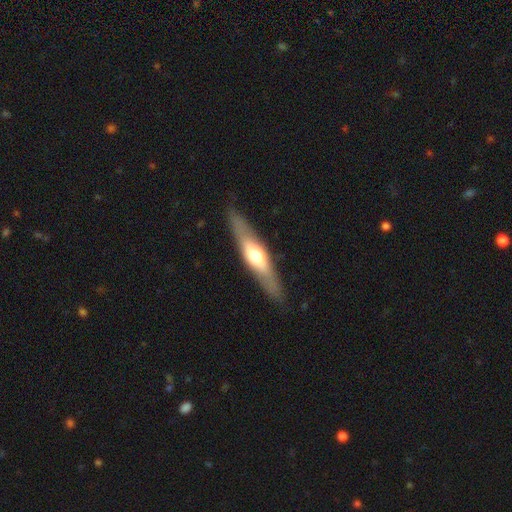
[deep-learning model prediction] Smooth or featured: featured or disk — 56% (smooth — 39%)
Edge-on disk: yes — 84% (no — 16%)
Merging: none — 86% (minor disturbance — 10%)